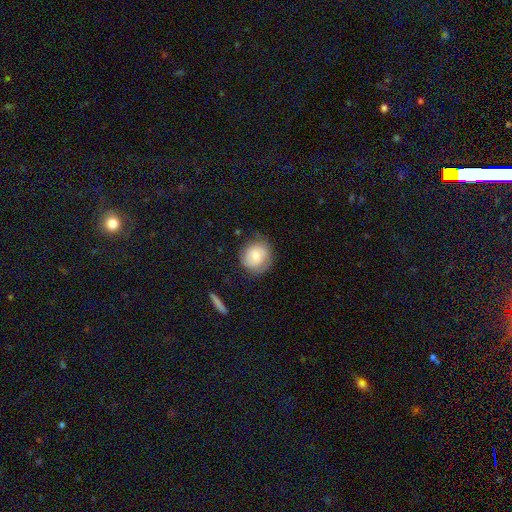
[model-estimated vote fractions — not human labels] Smooth or featured? smooth (70%)
How rounded? round (83%)
Merging? none (72%)